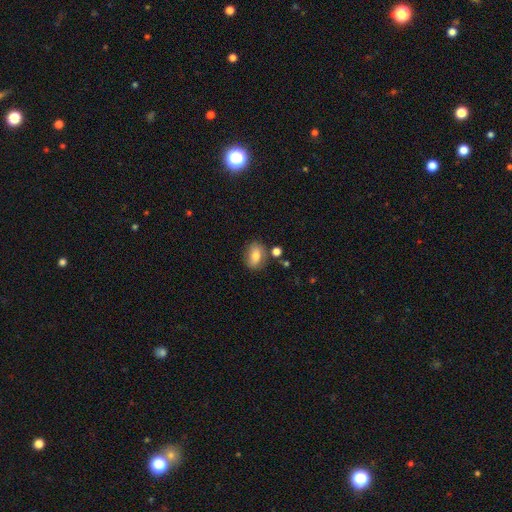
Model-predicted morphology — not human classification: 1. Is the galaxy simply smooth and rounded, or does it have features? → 74% smooth, 17% featured or disk, 10% star or artifact.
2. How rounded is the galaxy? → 74% in between, 24% round, 2% cigar-shaped.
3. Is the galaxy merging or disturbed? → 72% none, 16% minor disturbance, 8% merger, 4% major disturbance.